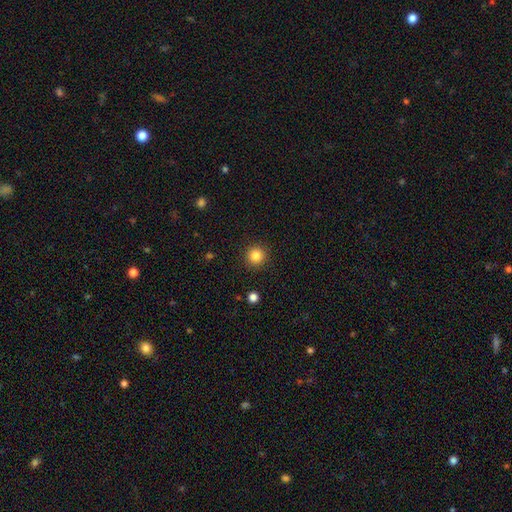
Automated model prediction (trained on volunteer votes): Smooth or featured? Predicted: smooth (p=0.85). How rounded? Predicted: round (p=0.95). Merging? Predicted: none (p=0.92).